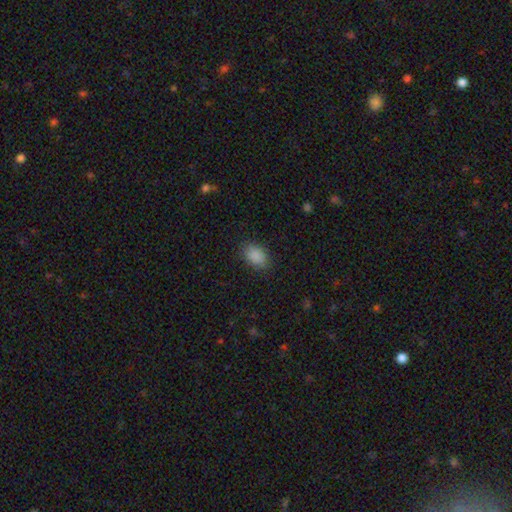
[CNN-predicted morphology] Q: Smooth or featured?
A: smooth (89%); runner-up: star or artifact (8%)
Q: How rounded?
A: in between (85%); runner-up: round (14%)
Q: Merging?
A: none (86%); runner-up: minor disturbance (10%)